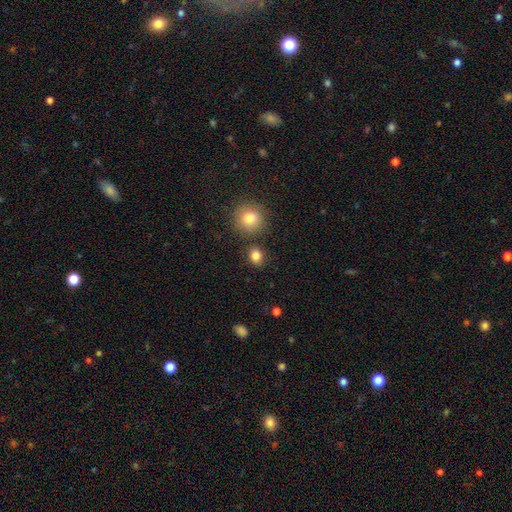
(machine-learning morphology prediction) type=smooth (84%); roundness=round (70%); merging=none (82%).